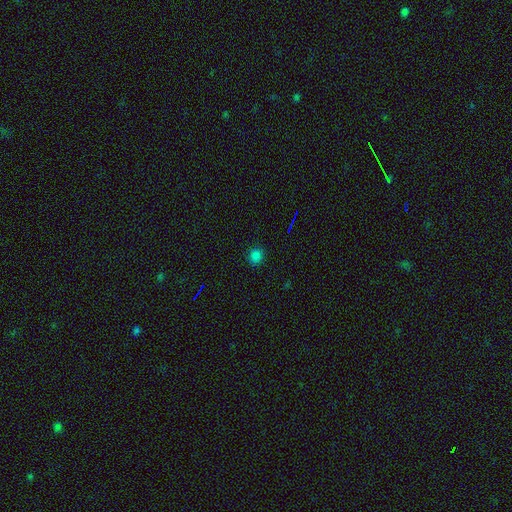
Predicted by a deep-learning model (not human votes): Morphology: type=smooth (79%); roundness=round (83%); merging=none (90%).